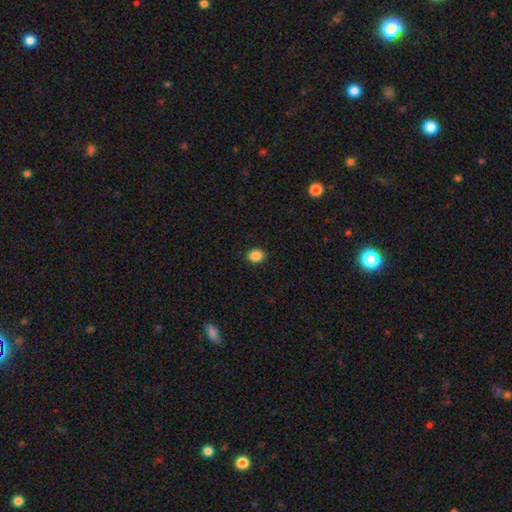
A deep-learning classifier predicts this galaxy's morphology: This appears to be a smooth galaxy with no disk features (88%) that is in between round and cigar-shaped (61%). Merging: none (90%).